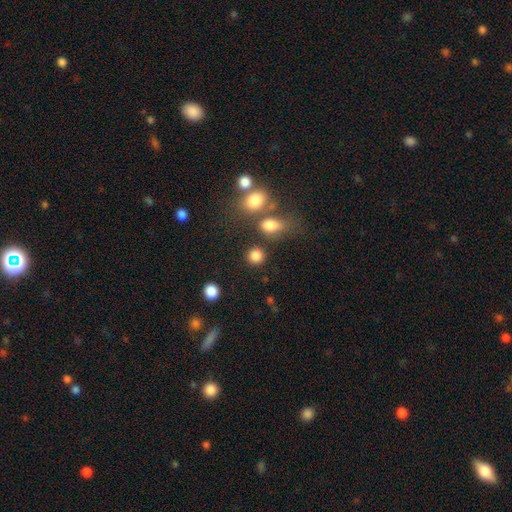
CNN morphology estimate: Smooth or featured? Predicted: smooth (p=0.82). How rounded? Predicted: round (p=0.85). Merging? Predicted: none (p=0.77).